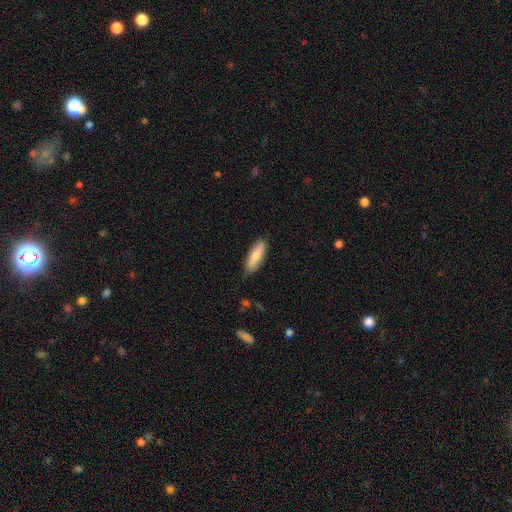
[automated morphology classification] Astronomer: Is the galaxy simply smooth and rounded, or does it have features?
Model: smooth — 72%.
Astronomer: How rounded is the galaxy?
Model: cigar-shaped — 55% (runner-up: in between, 44%).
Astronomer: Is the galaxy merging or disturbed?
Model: none — 85%.